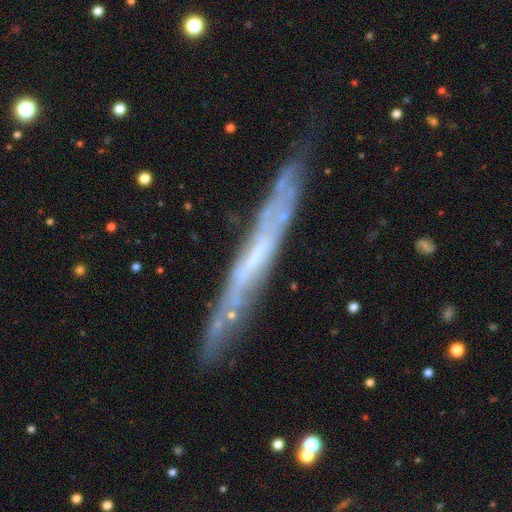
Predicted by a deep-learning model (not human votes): smooth_or_featured: featured or disk (p=0.69) [alt: smooth p=0.24]
disk_edge_on: yes (p=0.81) [alt: no p=0.19]
edge_on_bulge: none (p=0.84) [alt: rounded p=0.10]
merging: none (p=0.77) [alt: minor disturbance p=0.17]